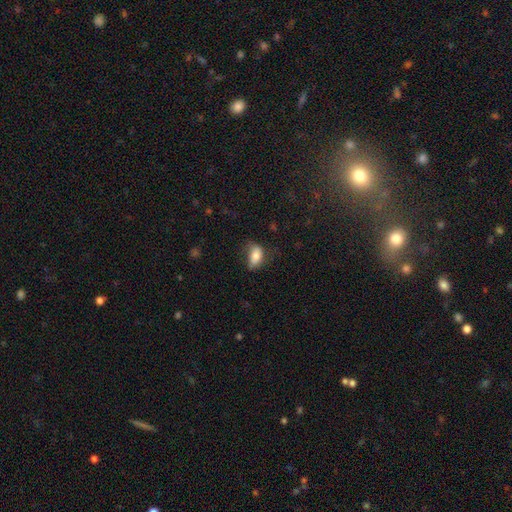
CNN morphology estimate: Smooth or featured? smooth (77%)
How rounded? in between (90%)
Merging? none (45%)